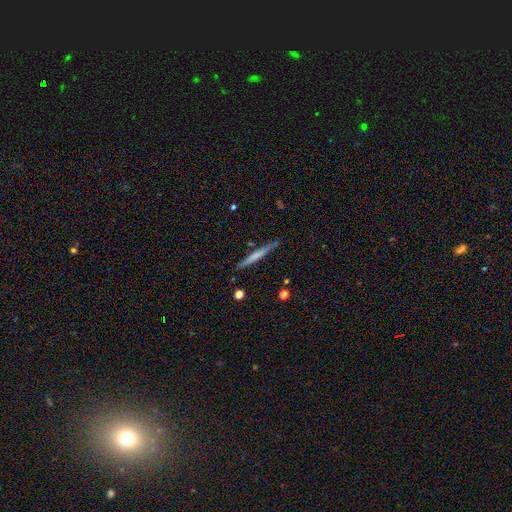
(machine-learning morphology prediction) This appears to be a smooth galaxy with no disk features (55%) that is cigar-shaped (96%). Merging: none (85%).